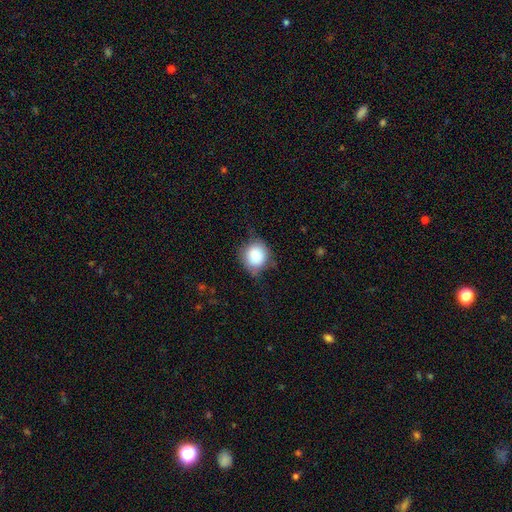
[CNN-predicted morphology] Smooth or featured: smooth — 82% (featured or disk — 10%)
How rounded: round — 76% (in between — 23%)
Merging: none — 63% (minor disturbance — 26%)